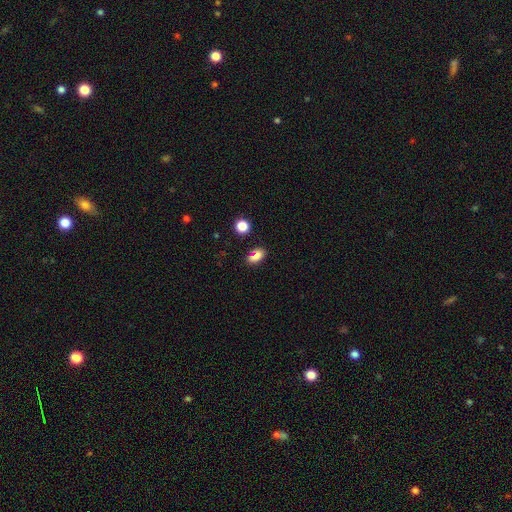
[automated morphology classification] A smooth galaxy with no disk features (79%) that is in between round and cigar-shaped (78%). Merging: none (71%).